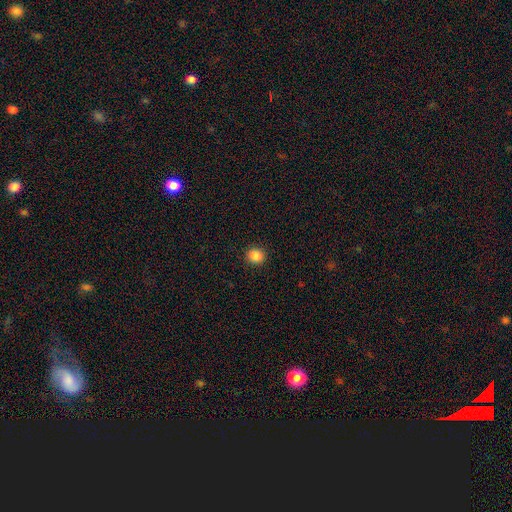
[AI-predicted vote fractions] Morphology: type=smooth (86%); roundness=round (77%); merging=none (91%).